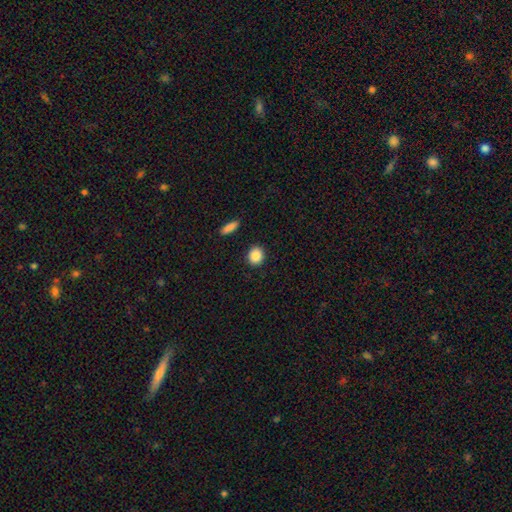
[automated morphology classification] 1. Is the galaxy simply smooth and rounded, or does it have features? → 87% smooth, 8% star or artifact, 5% featured or disk.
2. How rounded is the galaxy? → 74% round, 25% in between, 1% cigar-shaped.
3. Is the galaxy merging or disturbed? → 90% none, 6% minor disturbance, 2% merger, 2% major disturbance.